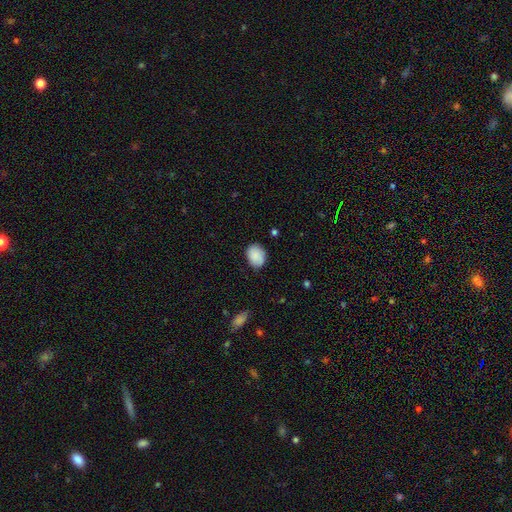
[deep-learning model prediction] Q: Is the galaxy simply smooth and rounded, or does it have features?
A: smooth — 87%.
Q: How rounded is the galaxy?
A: in between — 65%.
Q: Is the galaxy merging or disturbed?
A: none — 78%.